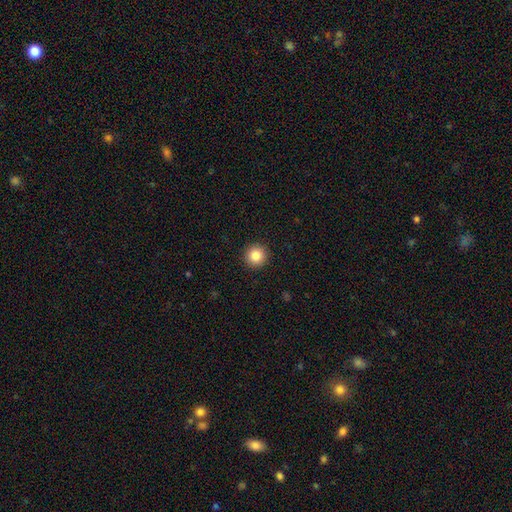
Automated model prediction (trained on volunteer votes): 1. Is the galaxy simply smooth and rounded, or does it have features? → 86% smooth, 10% star or artifact, 4% featured or disk.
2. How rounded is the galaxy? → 95% round, 4% in between, 1% cigar-shaped.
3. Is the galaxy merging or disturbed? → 93% none, 5% minor disturbance, 2% major disturbance, 1% merger.